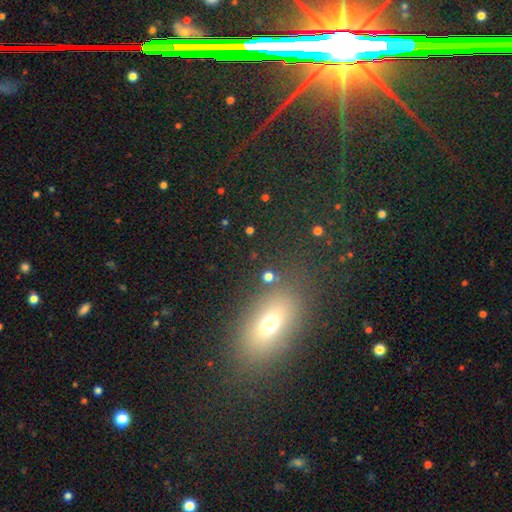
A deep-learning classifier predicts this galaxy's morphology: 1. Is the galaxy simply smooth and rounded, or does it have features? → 51% smooth, 33% star or artifact, 16% featured or disk.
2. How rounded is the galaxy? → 81% in between, 13% round, 5% cigar-shaped.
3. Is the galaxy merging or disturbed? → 86% none, 8% minor disturbance, 4% major disturbance, 2% merger.